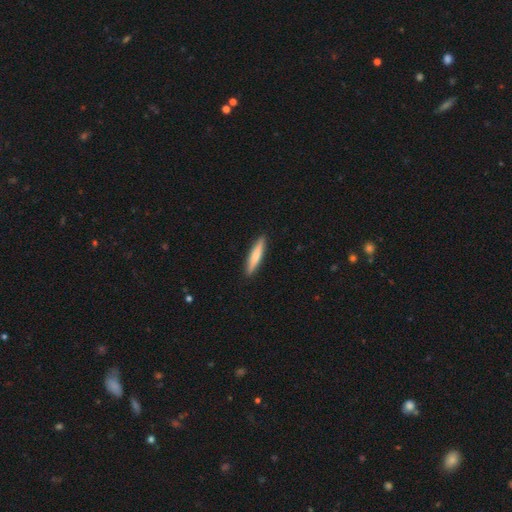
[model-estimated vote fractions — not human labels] The model was most divided on "smooth or featured": smooth: 70%, featured or disk: 25%, star or artifact: 5%. More confident: merging — none (91%); how rounded — cigar-shaped (90%).